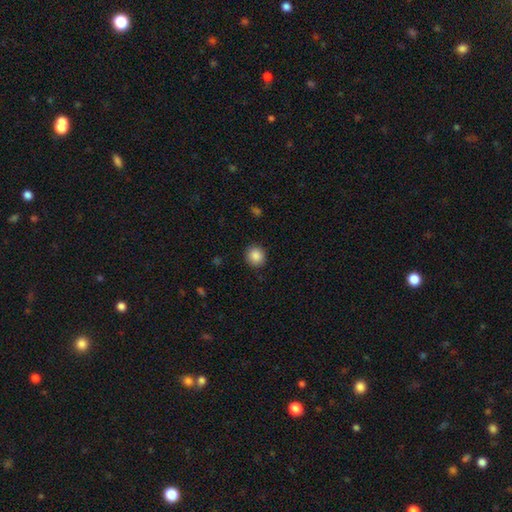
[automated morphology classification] A smooth galaxy with no disk features (88%) that is round (90%). Merging: none (90%).